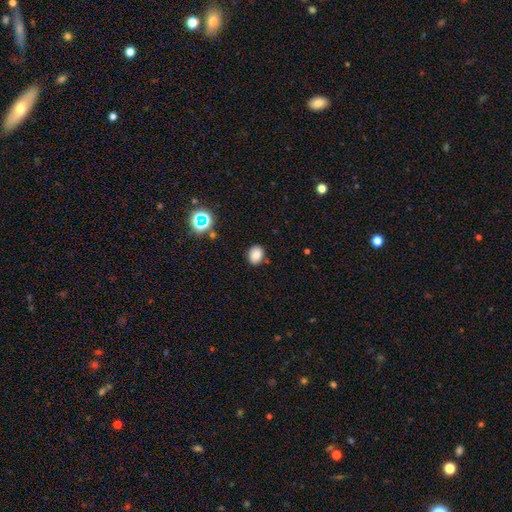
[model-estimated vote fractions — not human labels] smooth_or_featured: smooth (p=0.82) [alt: star or artifact p=0.13]
how_rounded: in between (p=0.52) [alt: round p=0.47]
merging: none (p=0.86) [alt: minor disturbance p=0.10]